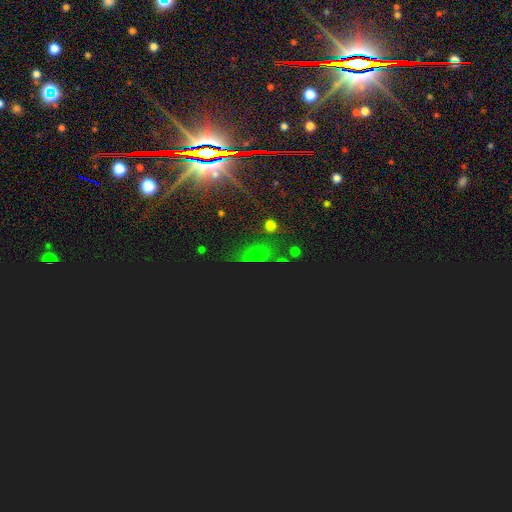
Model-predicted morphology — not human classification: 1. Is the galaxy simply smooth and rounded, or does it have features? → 48% star or artifact, 36% smooth, 16% featured or disk.